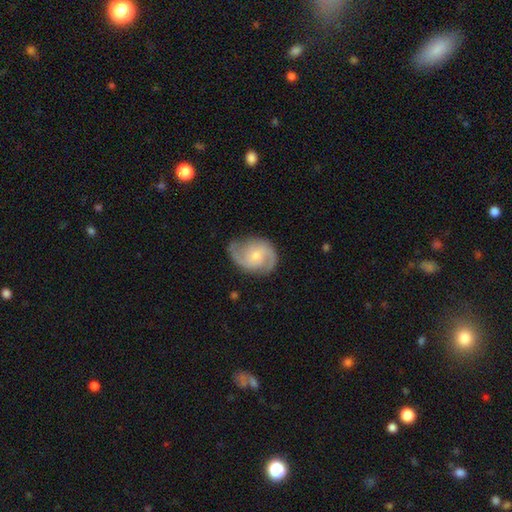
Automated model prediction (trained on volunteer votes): Overall: featured or disk (84%). Edge-on disk: no (98%). Bar: no (58%; weak 37%). Spiral arms: yes (97%). Spiral arm count: 2 (88%). Spiral winding: medium (54%; tight 26%). Bulge size: small (54%; moderate 40%). Merging: none (76%).